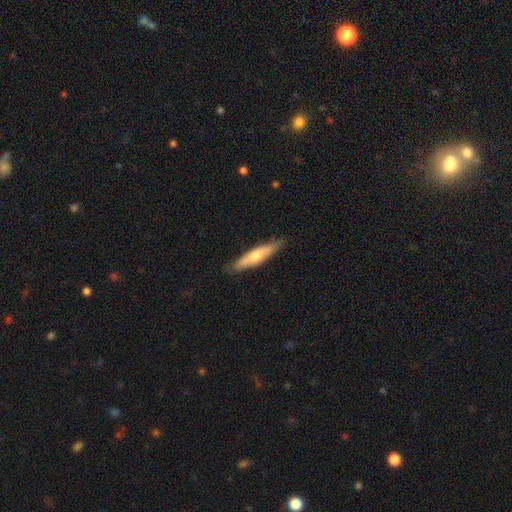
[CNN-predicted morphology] smooth 56%, featured or disk 39%, star or artifact 5%. Down the decision tree: how rounded — cigar-shaped (78%); merging — none (79%).